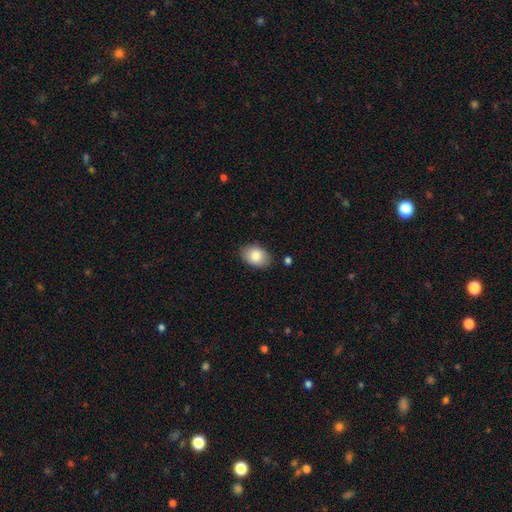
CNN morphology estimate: Overall: smooth (84%). How rounded: in between (83%). Merging: none (85%).